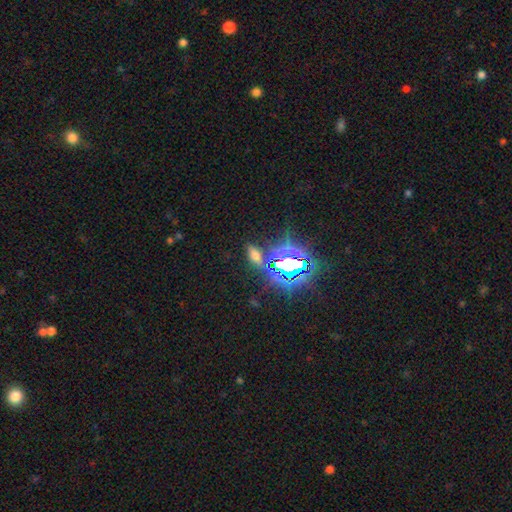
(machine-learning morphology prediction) type=star or artifact (44%, tied with smooth).